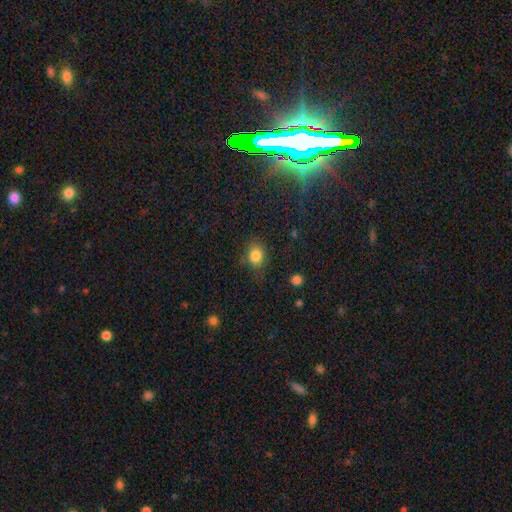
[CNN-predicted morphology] smooth_or_featured: smooth (p=0.82) [alt: star or artifact p=0.11]
how_rounded: in between (p=0.52) [alt: round p=0.47]
merging: none (p=0.71) [alt: minor disturbance p=0.21]